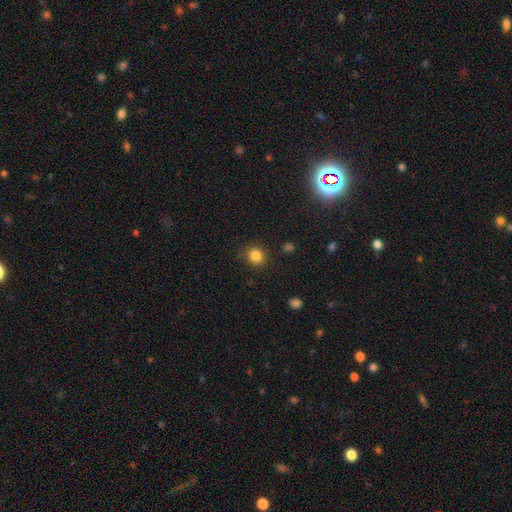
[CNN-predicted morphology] smooth 84%, star or artifact 12%, featured or disk 5%. Down the decision tree: how rounded — round (86%); merging — none (86%).